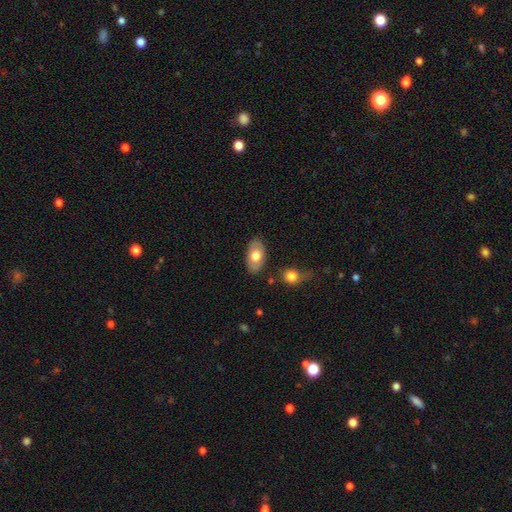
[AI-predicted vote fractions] Smooth or featured? smooth (68%)
How rounded? in between (93%)
Merging? none (81%)